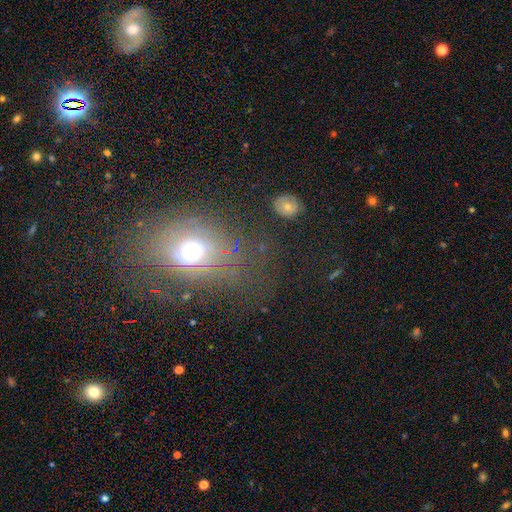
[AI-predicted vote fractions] A smooth galaxy with no disk features (46%).

Vote fractions:
- Smooth or featured? smooth: 46% / featured or disk: 30% / star or artifact: 24%
- Merging? none: 59% / minor disturbance: 21% / major disturbance: 16% / merger: 4%